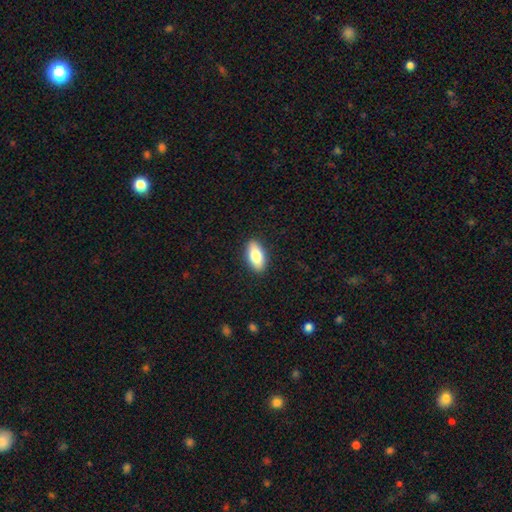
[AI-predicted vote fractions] This appears to be a smooth galaxy with no disk features (79%) that is in between round and cigar-shaped (88%). Merging: none (90%).